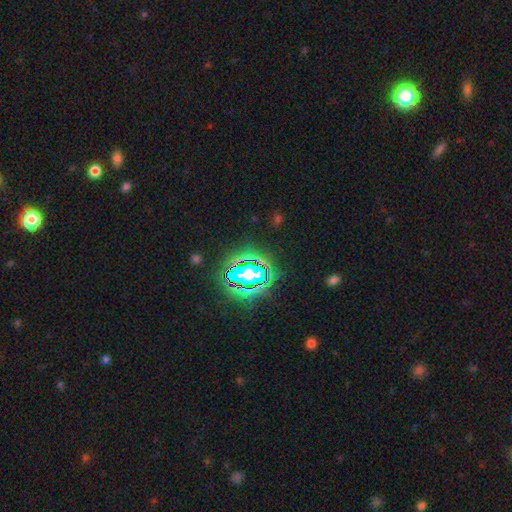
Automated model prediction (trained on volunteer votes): smooth-or-featured: star or artifact: 80% | smooth: 13% | featured or disk: 8%